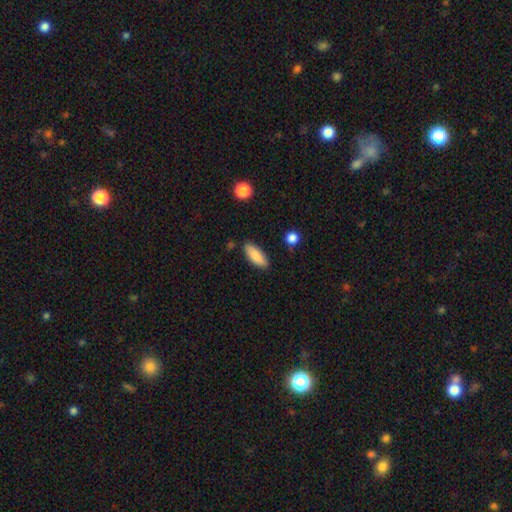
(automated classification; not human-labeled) The model was most divided on "how rounded": in between: 71%, cigar-shaped: 27%, round: 2%. More confident: smooth or featured — smooth (87%); merging — none (83%).